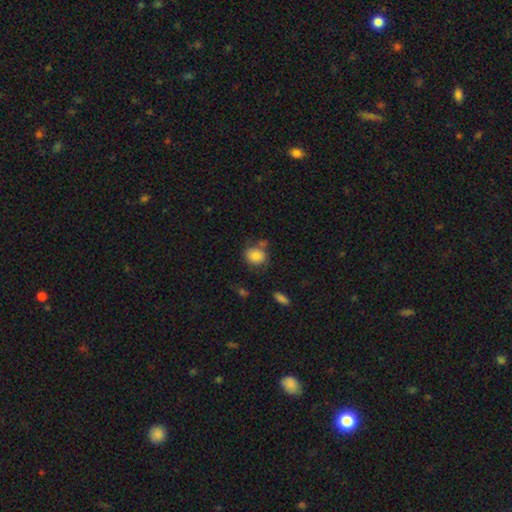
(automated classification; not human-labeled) smooth 82%, featured or disk 10%, star or artifact 8%. Down the decision tree: how rounded — round (64%); merging — none (60%).